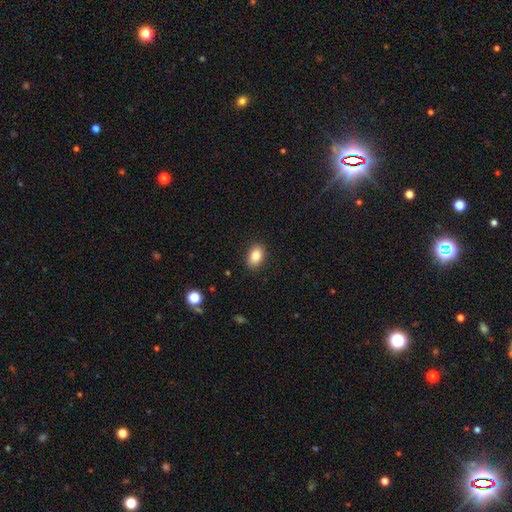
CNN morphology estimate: This is clearly a smooth galaxy (83%). How rounded: clearly in between (83%). Merging: clearly none (89%).